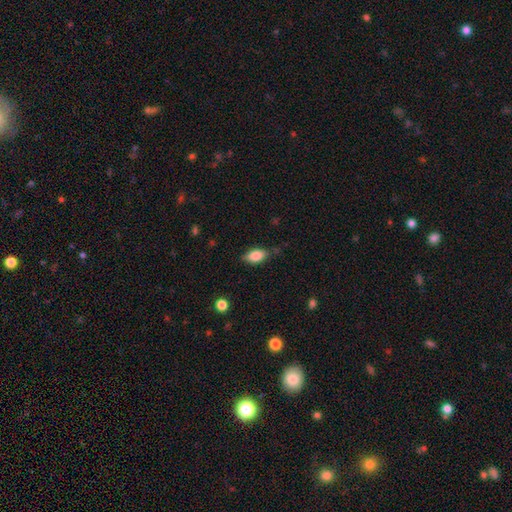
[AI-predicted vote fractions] A smooth galaxy with no disk features (83%) that is in between round and cigar-shaped (89%).

Vote fractions:
- Smooth or featured? smooth: 83% / featured or disk: 10% / star or artifact: 7%
- How rounded? in between: 89% / cigar-shaped: 6% / round: 5%
- Merging? none: 74% / minor disturbance: 20% / major disturbance: 4% / merger: 2%